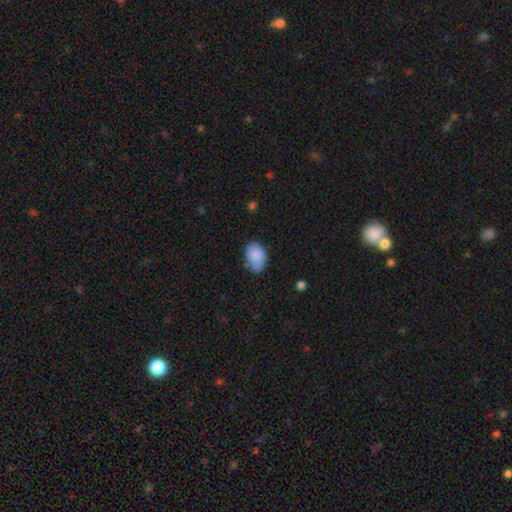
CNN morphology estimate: A smooth galaxy with no disk features (83%) that is in between round and cigar-shaped (81%). Merging: none (55%).